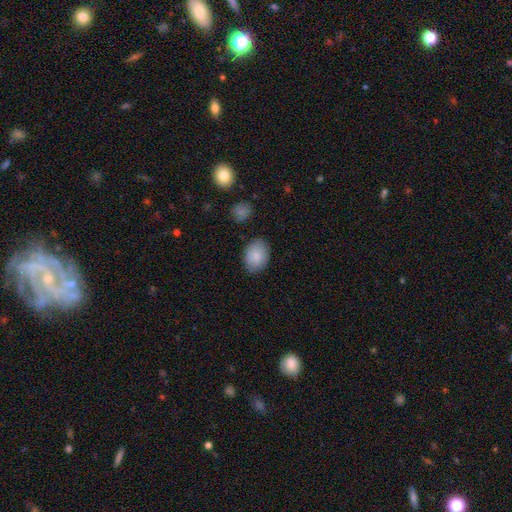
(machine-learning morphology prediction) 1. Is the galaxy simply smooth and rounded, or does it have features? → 85% smooth, 8% featured or disk, 7% star or artifact.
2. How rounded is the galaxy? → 79% in between, 20% round, 1% cigar-shaped.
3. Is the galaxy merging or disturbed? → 81% none, 14% minor disturbance, 3% major disturbance, 2% merger.